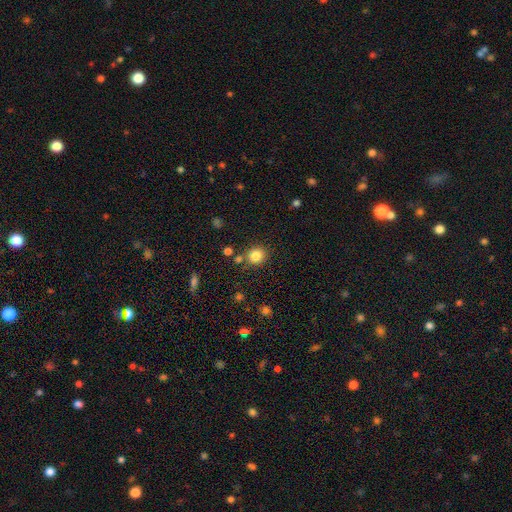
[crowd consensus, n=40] Volunteers were most divided on "merging": none: 71%, merger: 17%, minor disturbance: 9%, major disturbance: 3%. More confident: how rounded — round (91%); smooth or featured — smooth (80%).